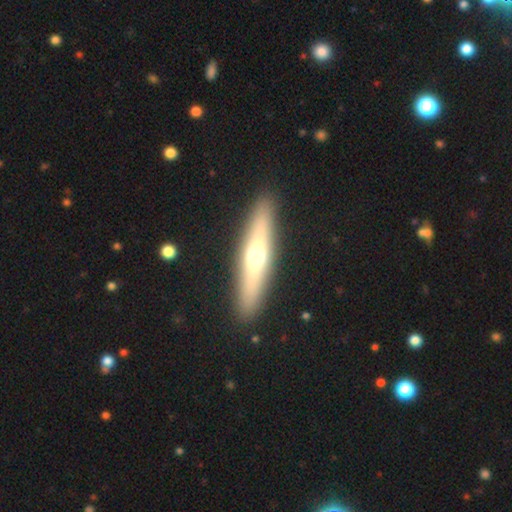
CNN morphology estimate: Smooth or featured? Predicted: featured or disk (p=0.52). Edge-on disk? Predicted: yes (p=0.88). Merging? Predicted: none (p=0.91).